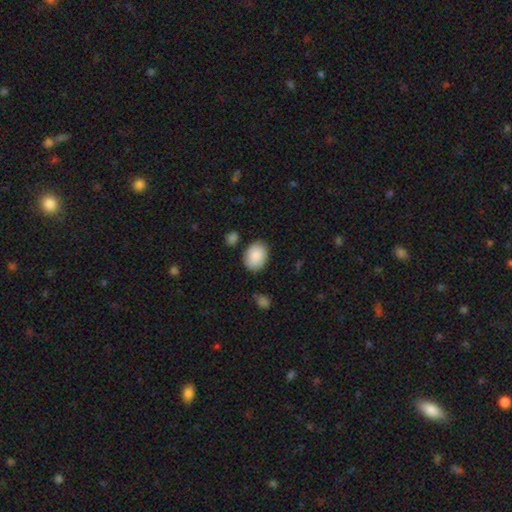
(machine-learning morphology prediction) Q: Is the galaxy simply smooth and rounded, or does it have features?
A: smooth — 88%.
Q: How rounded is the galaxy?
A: in between — 68%.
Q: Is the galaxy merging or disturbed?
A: none — 79%.